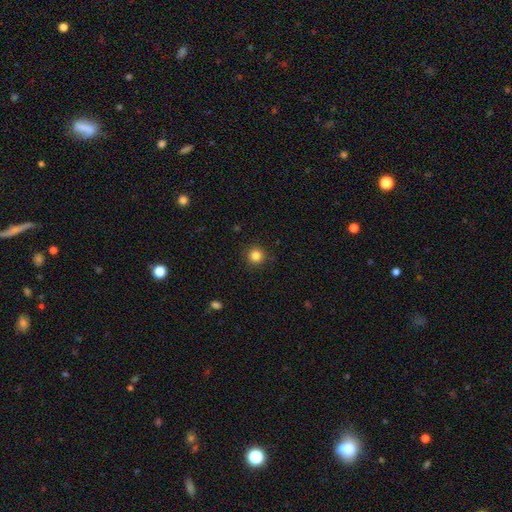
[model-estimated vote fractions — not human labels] Smooth or featured: smooth — 83% (star or artifact — 12%)
How rounded: round — 95% (in between — 4%)
Merging: none — 91% (minor disturbance — 6%)